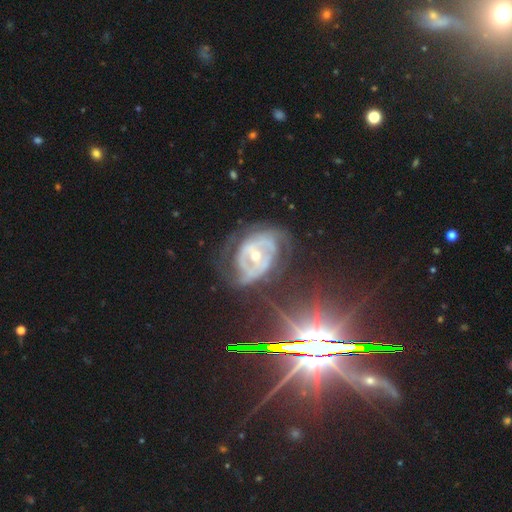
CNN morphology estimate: A featured or disk galaxy (82%) with a weak bar (35%), 2 (44%) tight (51%) spiral arms (82%) and a small central bulge (52%).

Vote fractions:
- Smooth or featured? featured or disk: 82% / star or artifact: 9% / smooth: 8%
- Edge-on disk? no: 96% / yes: 4%
- Bar? weak: 35% / strong: 33% / no: 31%
- Spiral arms? yes: 82% / no: 18%
- Spiral winding? tight: 51% / medium: 35% / loose: 14%
- Spiral arm count? 2: 44% / can't tell: 33% / 3: 11% / 1: 5% / 4: 4% / more than 4: 3%
- Bulge size? small: 52% / moderate: 45% / large: 1% / none: 1% / dominant: 1%
- Merging? none: 57% / minor disturbance: 22% / major disturbance: 19% / merger: 2%